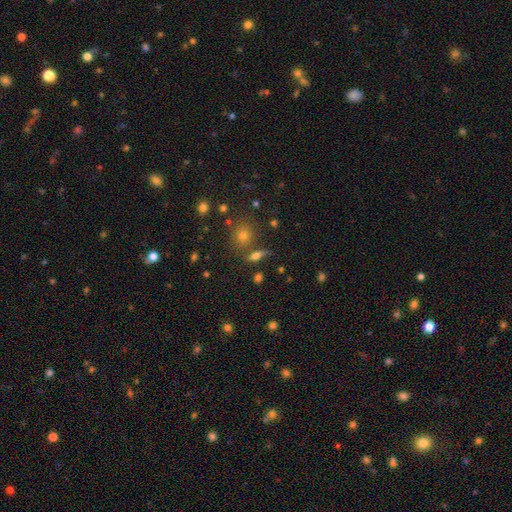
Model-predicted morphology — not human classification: This appears to be a smooth galaxy with no disk features (63%) that is in between round and cigar-shaped (54%). Merging: none (66%).